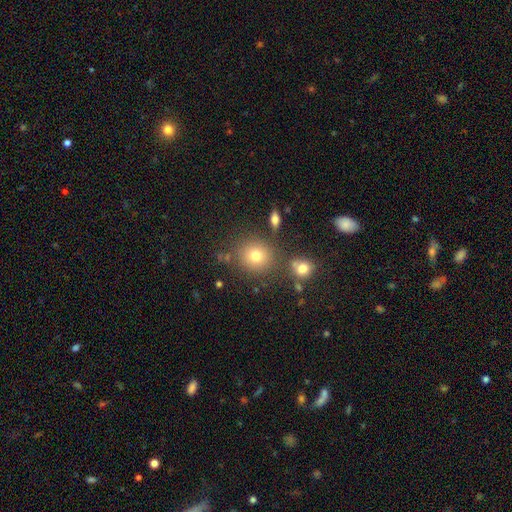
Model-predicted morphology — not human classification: type=smooth (76%); roundness=round (88%); merging=none (79%).